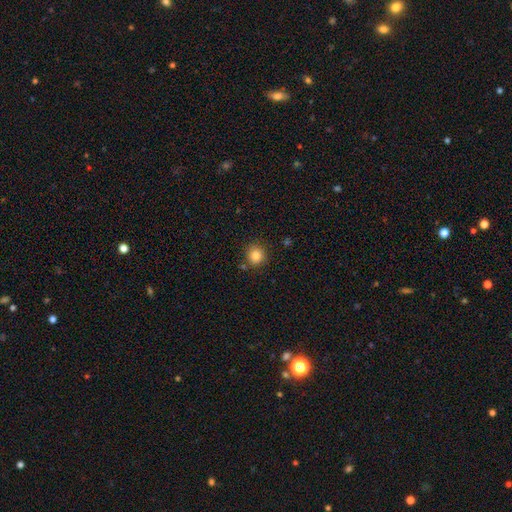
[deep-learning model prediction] Smooth or featured?
  - smooth: 83% *
  - star or artifact: 11%
  - featured or disk: 5%
How rounded?
  - round: 90% *
  - in between: 9%
  - cigar-shaped: 1%
Merging?
  - none: 84% *
  - minor disturbance: 9%
  - merger: 4%
  - major disturbance: 3%